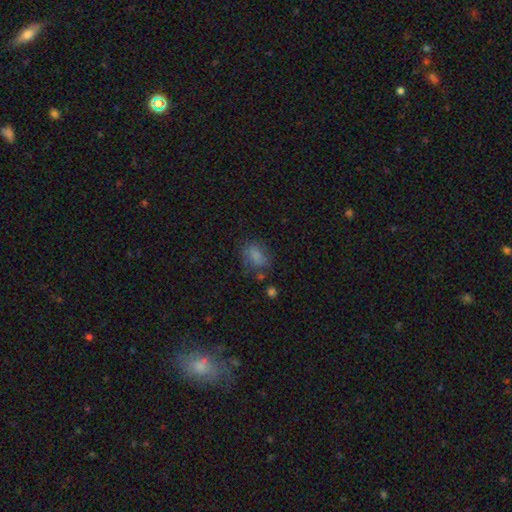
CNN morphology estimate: Q: Smooth or featured?
A: smooth (76%); runner-up: star or artifact (12%)
Q: How rounded?
A: in between (77%); runner-up: round (21%)
Q: Merging?
A: none (60%); runner-up: minor disturbance (23%)